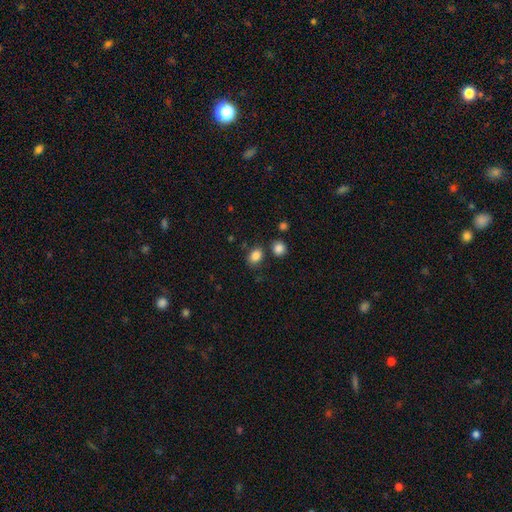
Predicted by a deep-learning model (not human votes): Overall: smooth (84%). How rounded: in between (59%; round 40%). Merging: none (74%).